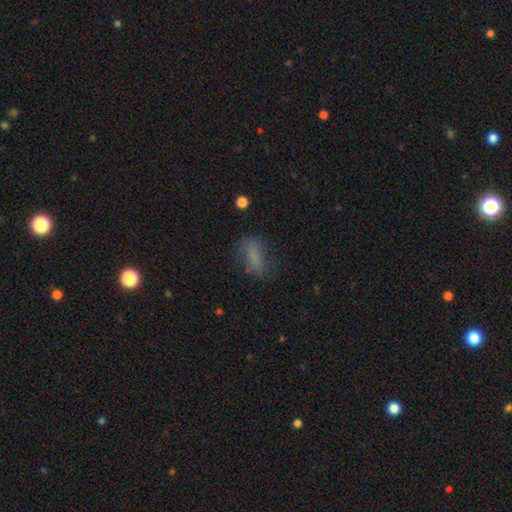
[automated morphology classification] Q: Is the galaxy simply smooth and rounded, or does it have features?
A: smooth — 64%.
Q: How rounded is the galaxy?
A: in between — 63%.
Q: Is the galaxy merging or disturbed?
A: none — 69%.